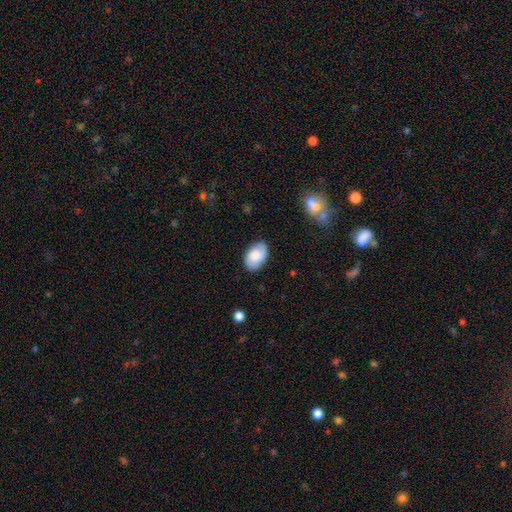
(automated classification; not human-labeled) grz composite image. It shows a smooth galaxy with no disk features (64%) that is in between round and cigar-shaped (89%). Merging: none (81%).